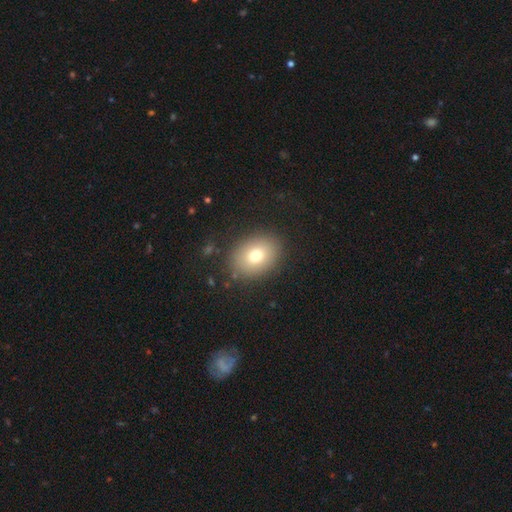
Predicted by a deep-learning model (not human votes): Q: Smooth or featured?
A: smooth (75%); runner-up: featured or disk (14%)
Q: How rounded?
A: in between (62%); runner-up: round (37%)
Q: Merging?
A: none (86%); runner-up: minor disturbance (9%)